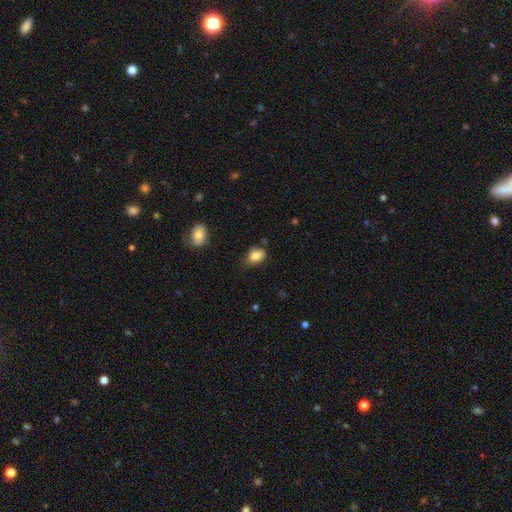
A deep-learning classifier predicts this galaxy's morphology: Smooth or featured? Predicted: smooth (p=0.84). How rounded? Predicted: in between (p=0.74). Merging? Predicted: none (p=0.60).